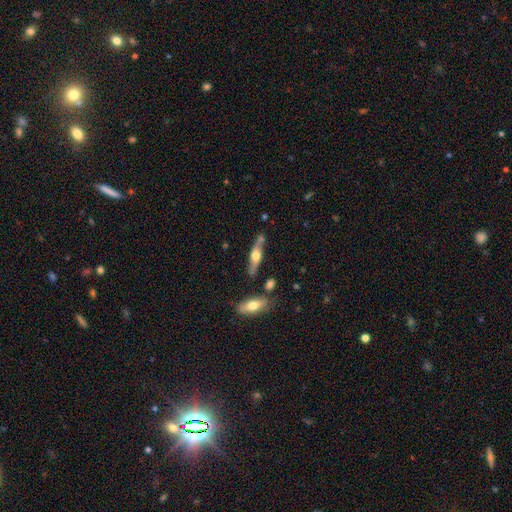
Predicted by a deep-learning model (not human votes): The model was most divided on "smooth or featured": featured or disk: 59%, smooth: 35%, star or artifact: 6%. More confident: edge-on disk — yes (83%); merging — none (69%).